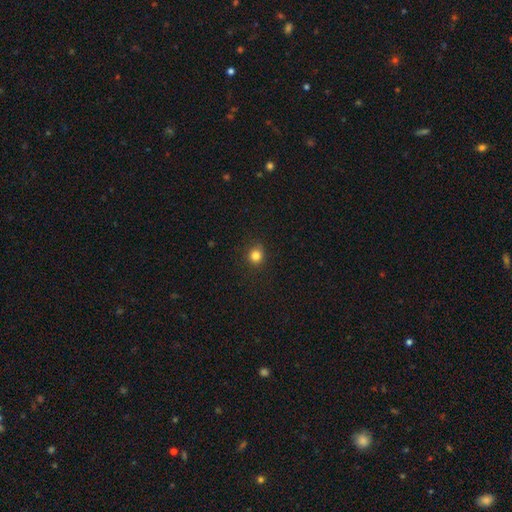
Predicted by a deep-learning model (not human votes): This is clearly a smooth galaxy (83%). How rounded: clearly round (87%). Merging: clearly none (87%).